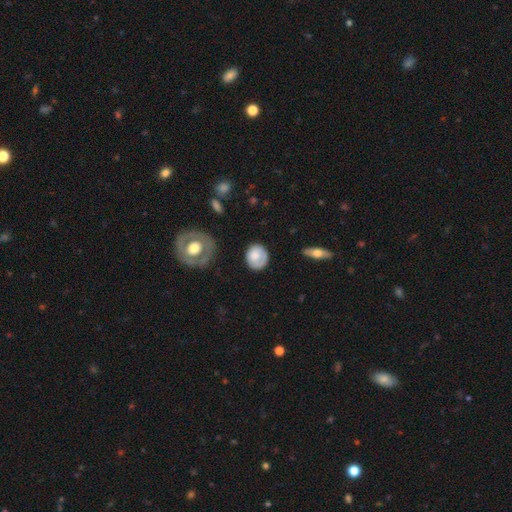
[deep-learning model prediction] A smooth galaxy with no disk features (73%) that is round (72%).

Vote fractions:
- Smooth or featured? smooth: 73% / featured or disk: 21% / star or artifact: 7%
- How rounded? round: 72% / in between: 27% / cigar-shaped: 1%
- Merging? none: 69% / minor disturbance: 22% / major disturbance: 7% / merger: 2%